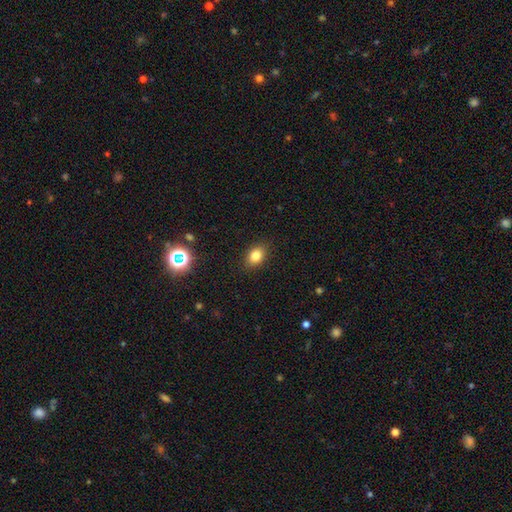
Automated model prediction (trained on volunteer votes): The model was most divided on "how rounded": in between: 74%, round: 25%, cigar-shaped: 1%. More confident: merging — none (87%); smooth or featured — smooth (81%).